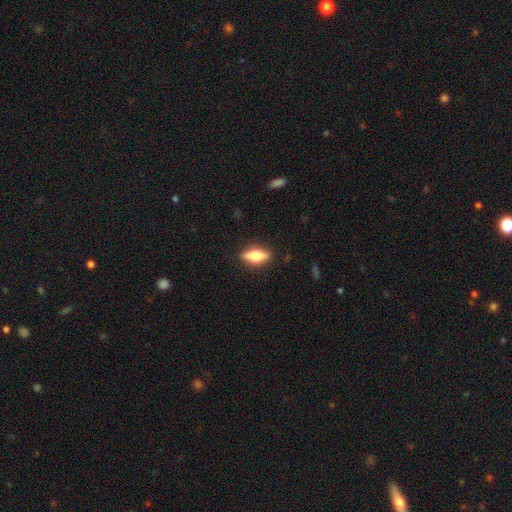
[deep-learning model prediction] This appears to be a smooth galaxy with no disk features (49%). Merging: none (88%).